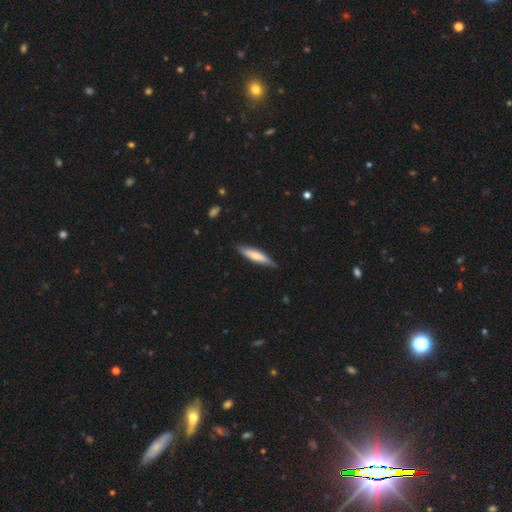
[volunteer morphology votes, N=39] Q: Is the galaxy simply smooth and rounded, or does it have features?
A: smooth — 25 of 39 (64%).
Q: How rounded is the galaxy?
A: cigar-shaped — 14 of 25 (56%).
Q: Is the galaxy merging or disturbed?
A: none — 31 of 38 (82%).